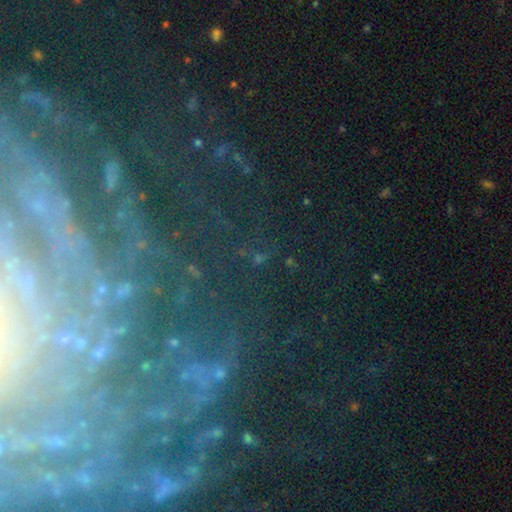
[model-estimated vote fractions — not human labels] Morphology: type=featured or disk (50%); merging=none (68%).